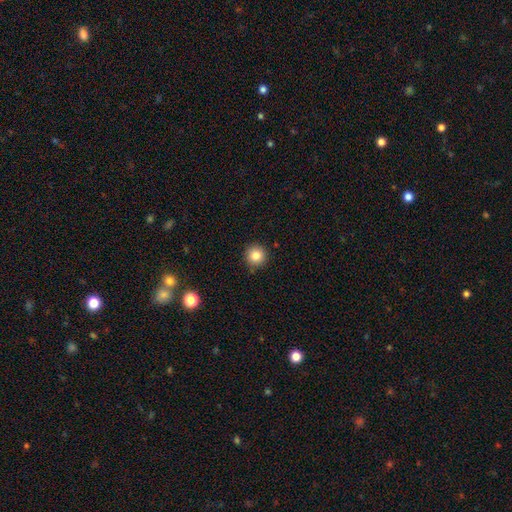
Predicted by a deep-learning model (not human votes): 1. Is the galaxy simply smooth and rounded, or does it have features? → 84% smooth, 11% star or artifact, 6% featured or disk.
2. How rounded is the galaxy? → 94% round, 5% in between, 1% cigar-shaped.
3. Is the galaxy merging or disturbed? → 88% none, 9% minor disturbance, 2% major disturbance, 1% merger.